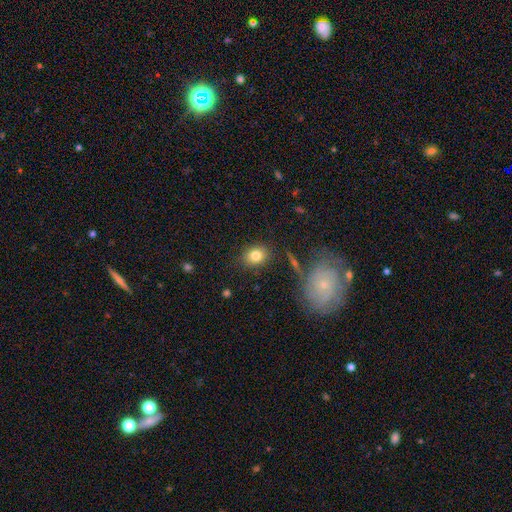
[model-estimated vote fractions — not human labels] Overall: smooth (80%). How rounded: round (55%; in between 43%). Merging: none (84%).